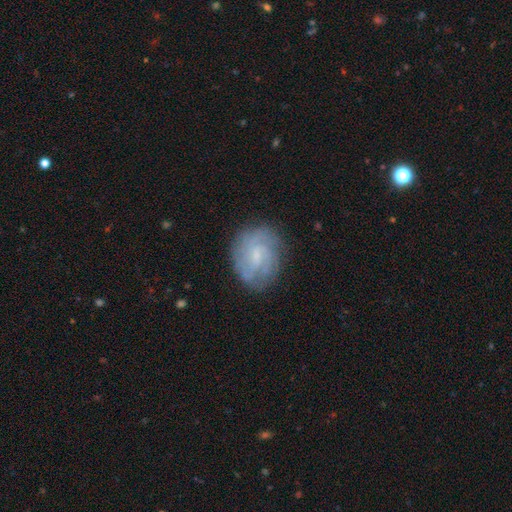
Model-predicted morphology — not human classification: A featured or disk galaxy (47%). Merging: none (77%).